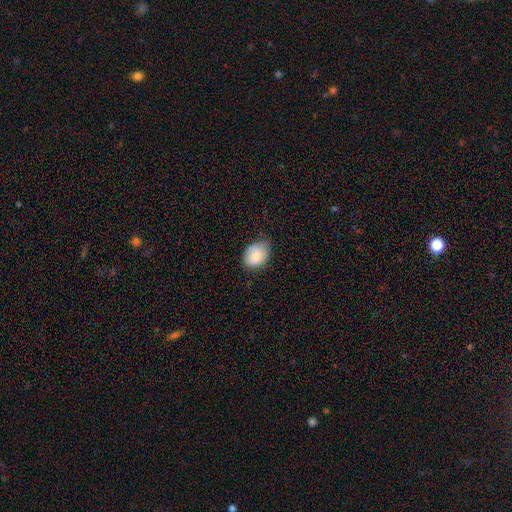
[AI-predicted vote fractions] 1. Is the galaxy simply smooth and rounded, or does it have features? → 77% smooth, 15% featured or disk, 7% star or artifact.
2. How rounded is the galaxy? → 66% in between, 33% round, 1% cigar-shaped.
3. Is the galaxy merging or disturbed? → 58% none, 33% minor disturbance, 7% major disturbance, 1% merger.